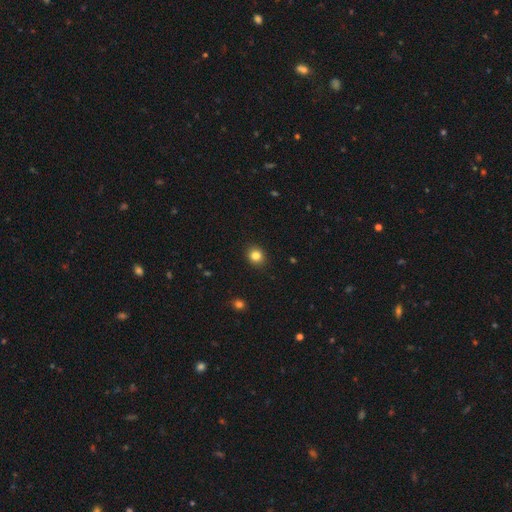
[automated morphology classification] This is clearly a smooth galaxy (84%). How rounded: likely round (77%). Merging: clearly none (91%).